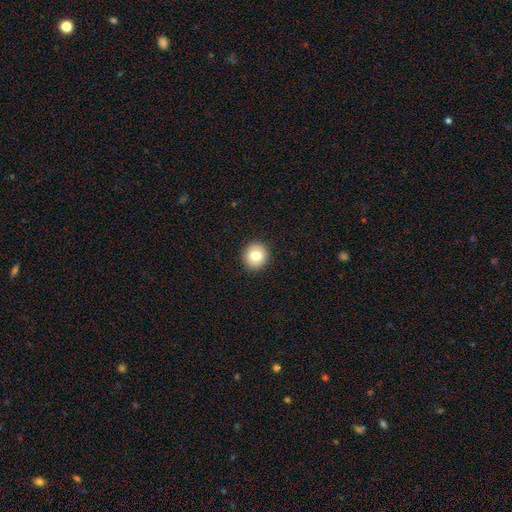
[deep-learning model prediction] smooth_or_featured: smooth (p=0.78) [alt: featured or disk p=0.13]
how_rounded: round (p=0.89) [alt: in between p=0.10]
merging: none (p=0.92) [alt: minor disturbance p=0.05]